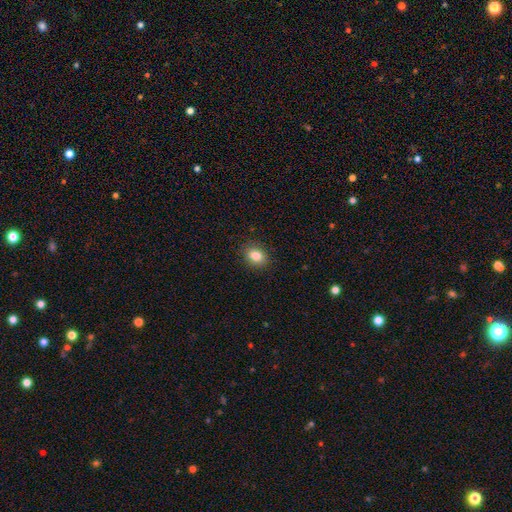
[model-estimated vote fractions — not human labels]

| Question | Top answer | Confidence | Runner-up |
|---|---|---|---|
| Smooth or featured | smooth | 84% | star or artifact (10%) |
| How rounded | in between | 60% | round (39%) |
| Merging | none | 88% | minor disturbance (9%) |